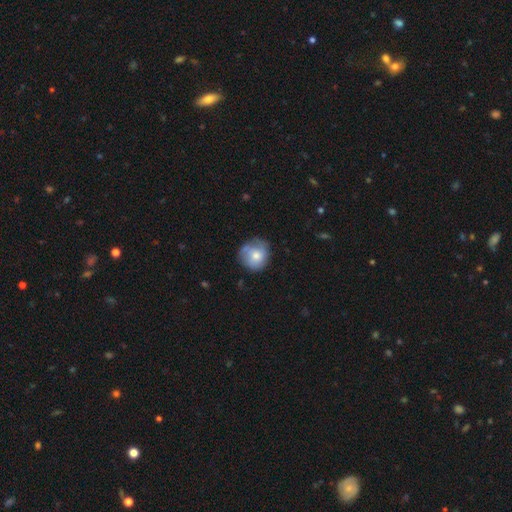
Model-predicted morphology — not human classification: Smooth or featured? Predicted: smooth (p=0.65). How rounded? Predicted: round (p=0.86). Merging? Predicted: none (p=0.64).